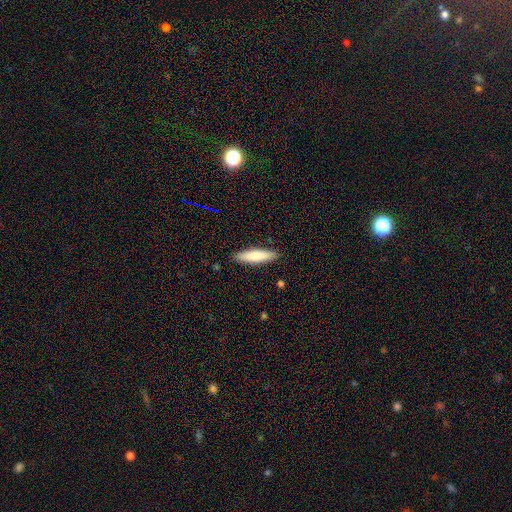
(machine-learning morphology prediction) This appears to be a smooth galaxy with no disk features (79%) that is cigar-shaped (76%). Merging: none (89%).